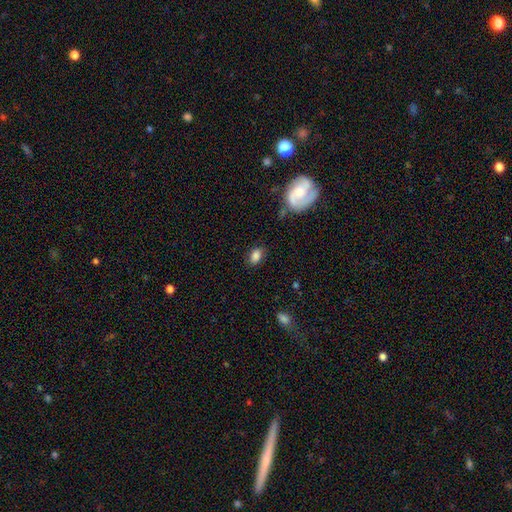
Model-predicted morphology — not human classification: This appears to be a smooth galaxy with no disk features (82%) that is in between round and cigar-shaped (86%). Merging: none (79%).